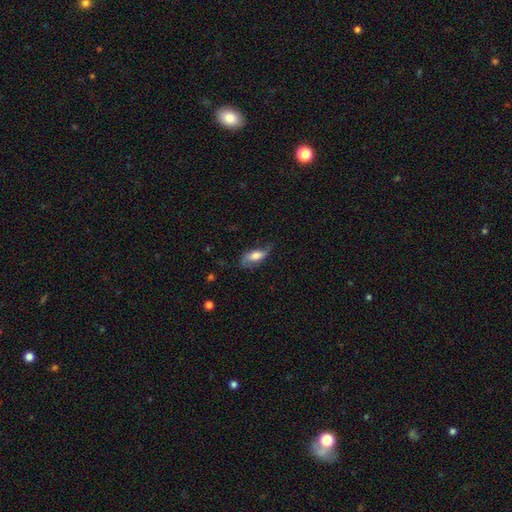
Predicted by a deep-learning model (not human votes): Morphology: type=featured or disk (47%); merging=none (56%).